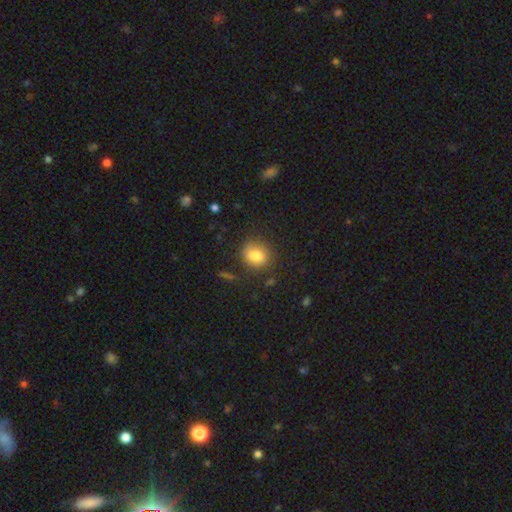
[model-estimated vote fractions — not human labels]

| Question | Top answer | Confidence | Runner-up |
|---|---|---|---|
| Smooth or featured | smooth | 82% | star or artifact (11%) |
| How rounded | round | 68% | in between (31%) |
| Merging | none | 81% | minor disturbance (13%) |